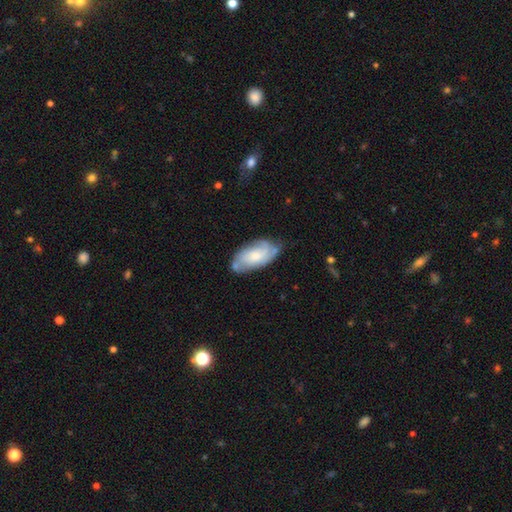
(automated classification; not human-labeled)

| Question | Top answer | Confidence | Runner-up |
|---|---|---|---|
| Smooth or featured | featured or disk | 52% | smooth (42%) |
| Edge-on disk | no | 92% | yes (8%) |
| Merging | none | 57% | minor disturbance (28%) |